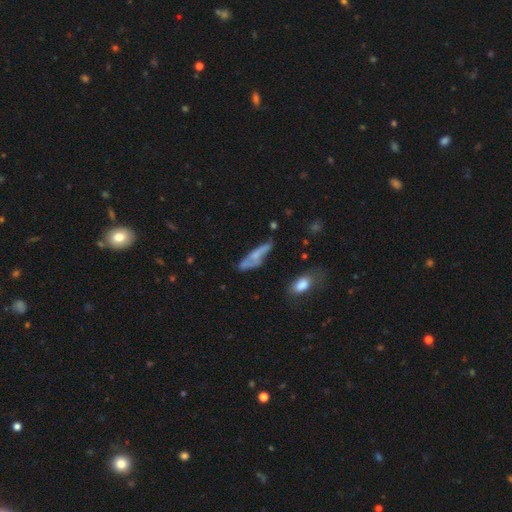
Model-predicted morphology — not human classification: This appears to be a smooth galaxy with no disk features (48%). Merging: none (49%).